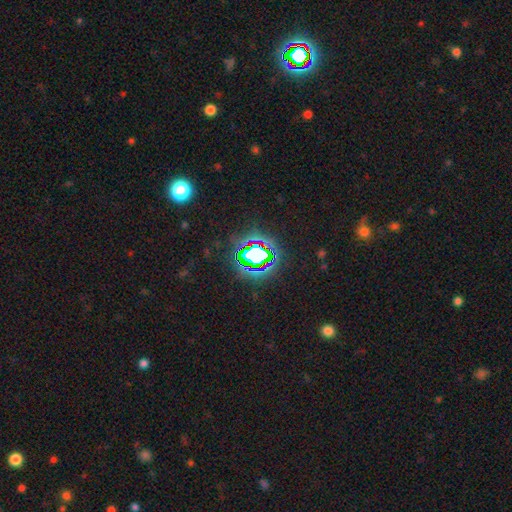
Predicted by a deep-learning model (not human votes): The model was most divided on "smooth or featured": star or artifact: 71%, smooth: 17%, featured or disk: 12%.